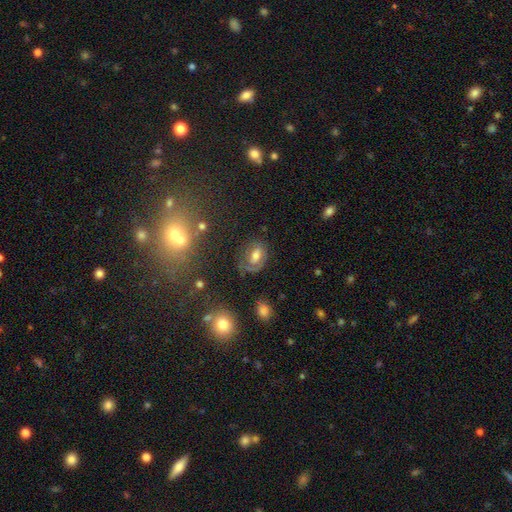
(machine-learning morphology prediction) This appears to be a featured or disk galaxy (43%, tied with smooth). Merging: none (59%).